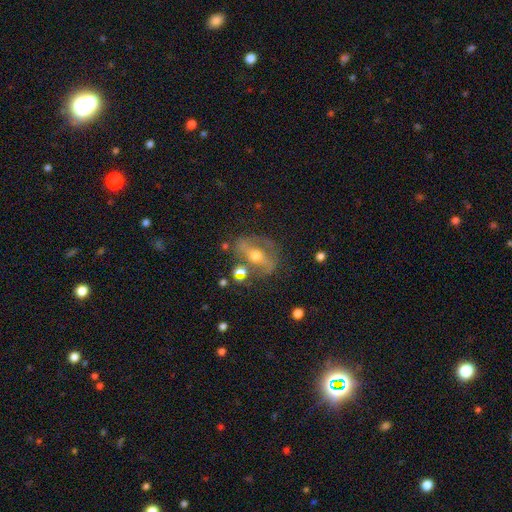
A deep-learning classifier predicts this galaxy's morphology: Q: Smooth or featured?
A: featured or disk (69%); runner-up: smooth (22%)
Q: Edge-on disk?
A: no (89%); runner-up: yes (11%)
Q: Bar?
A: strong (39%); runner-up: no (32%)
Q: Spiral arms?
A: yes (61%); runner-up: no (39%)
Q: Bulge size?
A: moderate (67%); runner-up: small (24%)
Q: Merging?
A: none (62%); runner-up: minor disturbance (19%)